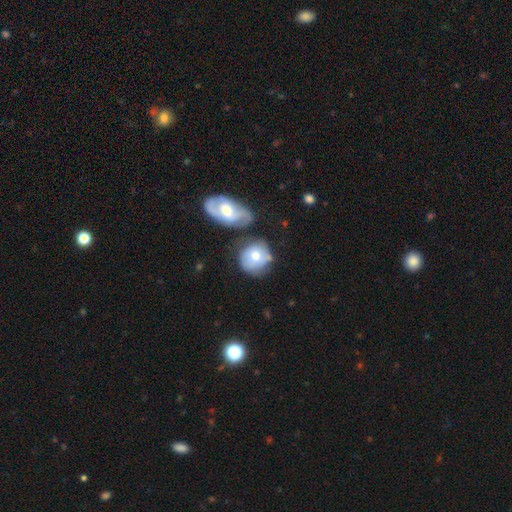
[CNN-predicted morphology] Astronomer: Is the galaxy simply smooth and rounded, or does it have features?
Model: smooth — 60%.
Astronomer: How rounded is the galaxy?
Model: round — 74%.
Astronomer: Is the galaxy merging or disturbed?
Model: none — 47%.